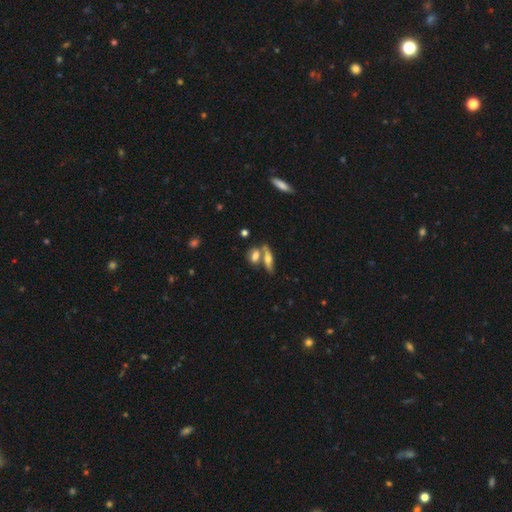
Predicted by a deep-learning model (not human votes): A smooth galaxy with no disk features (58%) that is in between round and cigar-shaped (62%). Merging: none (48%).